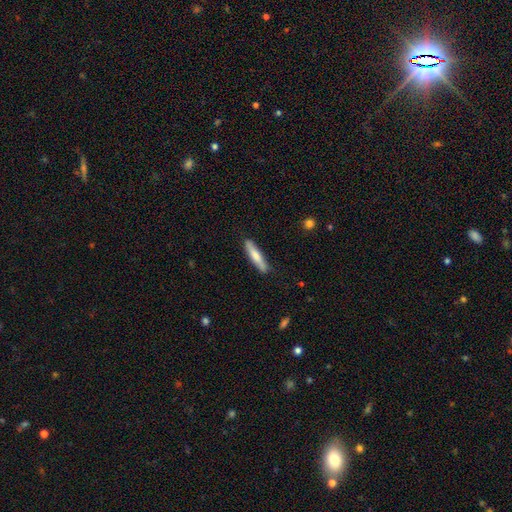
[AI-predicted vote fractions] A smooth galaxy with no disk features (71%) that is cigar-shaped (86%).

Vote fractions:
- Smooth or featured? smooth: 71% / featured or disk: 24% / star or artifact: 5%
- How rounded? cigar-shaped: 86% / in between: 13% / round: 1%
- Merging? none: 87% / minor disturbance: 10% / major disturbance: 2% / merger: 1%